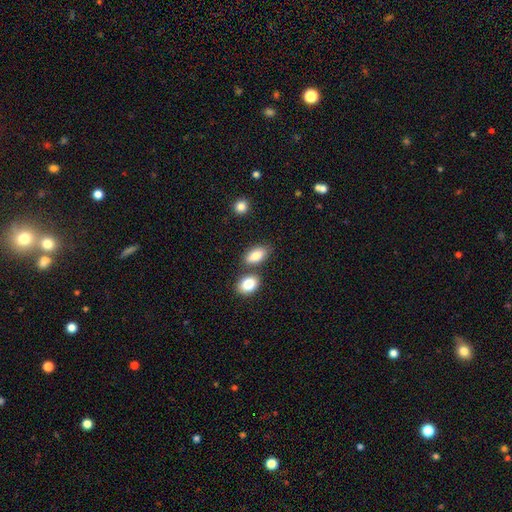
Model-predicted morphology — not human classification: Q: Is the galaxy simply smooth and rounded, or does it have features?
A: smooth — 85%.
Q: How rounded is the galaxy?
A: in between — 90%.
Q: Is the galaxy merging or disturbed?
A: none — 66%.